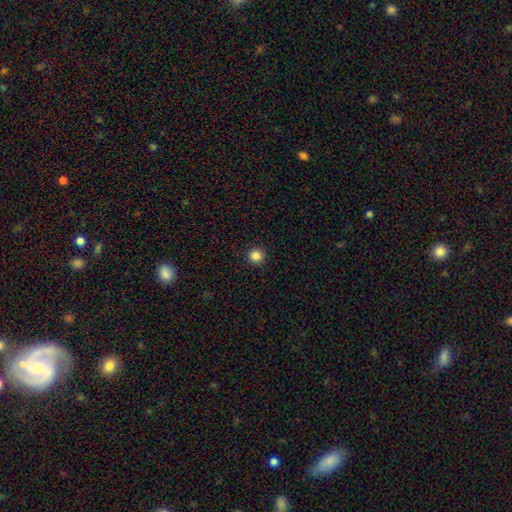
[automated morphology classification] Smooth or featured? smooth (85%)
How rounded? round (96%)
Merging? none (93%)